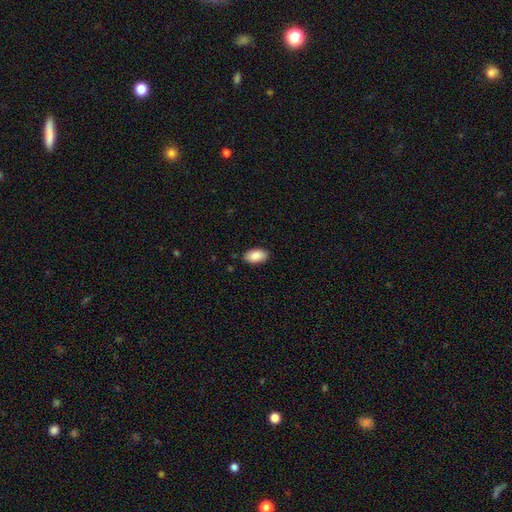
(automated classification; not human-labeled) Smooth or featured?
  - smooth: 89% *
  - star or artifact: 7%
  - featured or disk: 4%
How rounded?
  - in between: 95% *
  - round: 4%
  - cigar-shaped: 2%
Merging?
  - none: 88% *
  - minor disturbance: 9%
  - major disturbance: 2%
  - merger: 1%